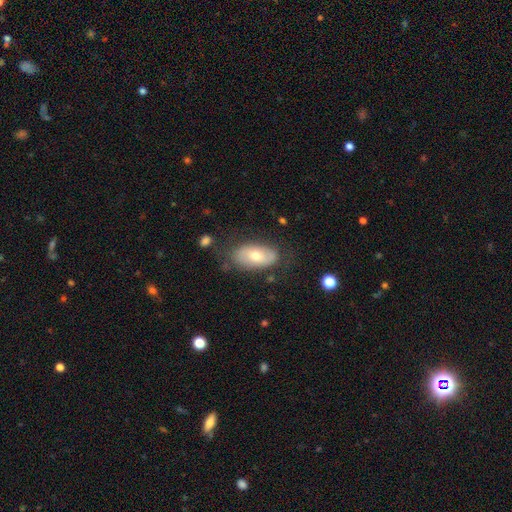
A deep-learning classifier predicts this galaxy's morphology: Smooth or featured? Predicted: smooth (p=0.60). How rounded? Predicted: in between (p=0.92). Merging? Predicted: none (p=0.73).